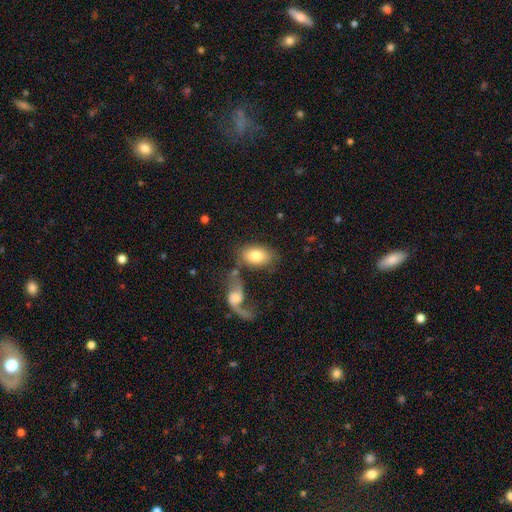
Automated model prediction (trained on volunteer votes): Smooth or featured: smooth — 79% (featured or disk — 15%)
How rounded: in between — 89% (round — 9%)
Merging: none — 57% (merger — 20%)